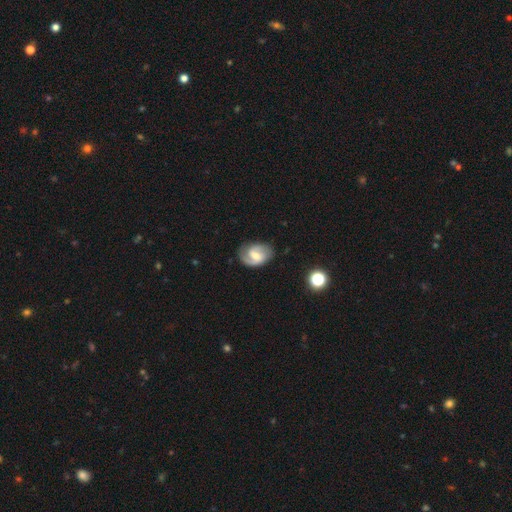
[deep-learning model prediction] Overall: featured or disk (76%). Edge-on disk: no (97%). Bar: weak (56%; no 26%). Spiral arms: yes (93%). Spiral arm count: 2 (78%). Spiral winding: medium (48%; loose 27%). Bulge size: moderate (55%; small 37%). Merging: none (75%).